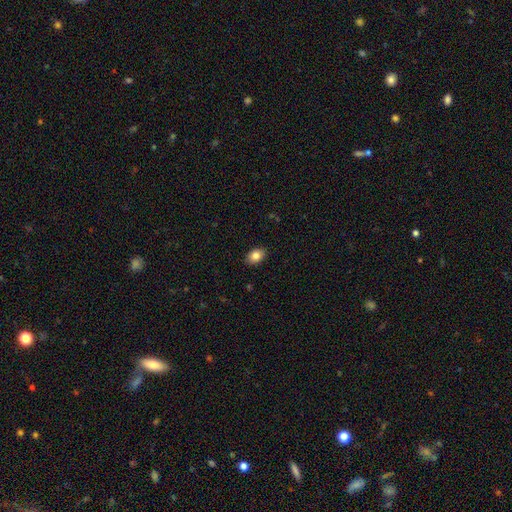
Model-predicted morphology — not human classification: smooth-or-featured: smooth: 84% | featured or disk: 8% | star or artifact: 8%
  how-rounded: in between: 82% | round: 17% | cigar-shaped: 1%
  merging: none: 89% | minor disturbance: 9% | major disturbance: 2% | merger: 1%